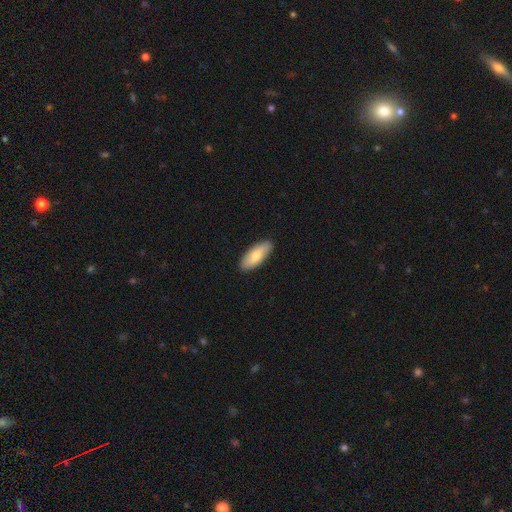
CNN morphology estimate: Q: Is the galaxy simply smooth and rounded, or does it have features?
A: smooth — 73%.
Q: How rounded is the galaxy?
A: in between — 77%.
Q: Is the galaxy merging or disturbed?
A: none — 89%.